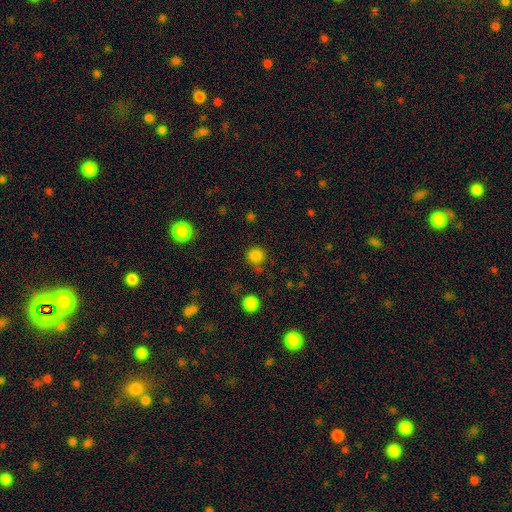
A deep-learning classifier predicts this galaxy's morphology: A smooth galaxy with no disk features (81%) that is round (93%).

Vote fractions:
- Smooth or featured? smooth: 81% / star or artifact: 15% / featured or disk: 4%
- How rounded? round: 93% / in between: 6% / cigar-shaped: 1%
- Merging? none: 80% / minor disturbance: 10% / merger: 6% / major disturbance: 4%